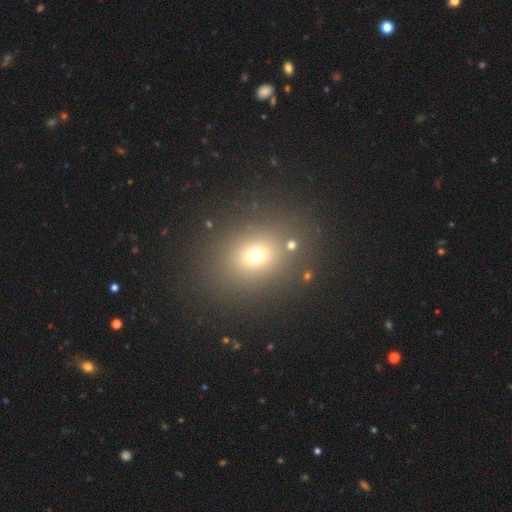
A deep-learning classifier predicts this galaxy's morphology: Smooth or featured: smooth — 65% (star or artifact — 23%)
How rounded: round — 61% (in between — 38%)
Merging: none — 82% (minor disturbance — 9%)